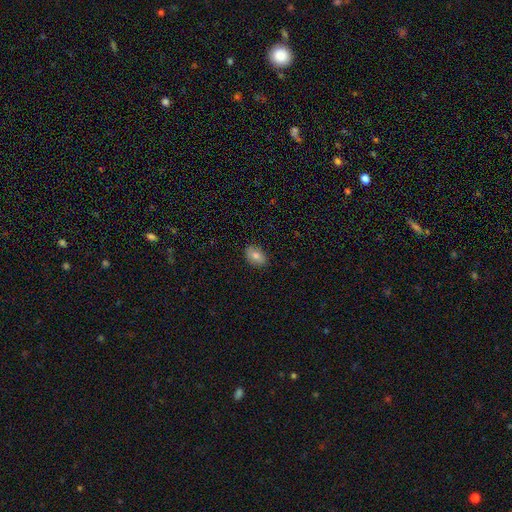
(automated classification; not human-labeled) Morphology: type=smooth (78%); roundness=in between (87%); merging=none (86%).